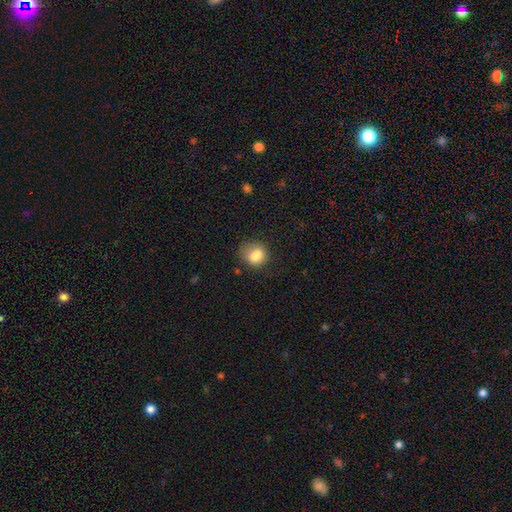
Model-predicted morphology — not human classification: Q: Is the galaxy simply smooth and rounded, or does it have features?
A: smooth — 83%.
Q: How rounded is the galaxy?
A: round — 60%.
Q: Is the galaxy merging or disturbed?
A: none — 56%.